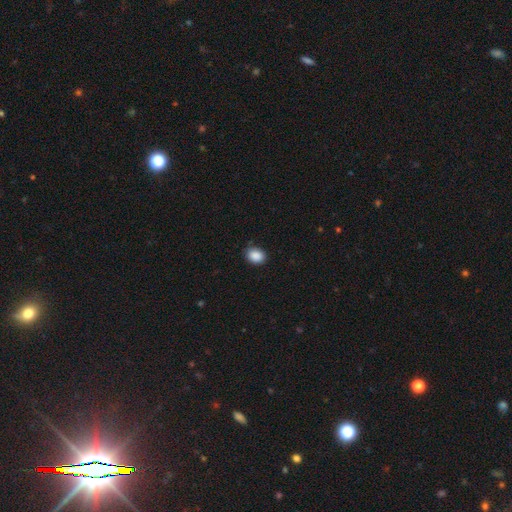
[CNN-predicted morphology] A smooth galaxy with no disk features (89%) that is in between round and cigar-shaped (55%). Merging: none (83%).